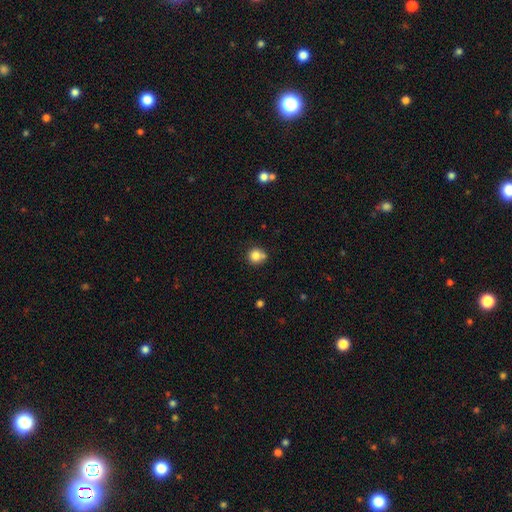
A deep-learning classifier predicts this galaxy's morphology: Smooth or featured?
  - smooth: 81% *
  - star or artifact: 11%
  - featured or disk: 8%
How rounded?
  - round: 89% *
  - in between: 10%
  - cigar-shaped: 1%
Merging?
  - none: 66% *
  - minor disturbance: 16%
  - merger: 14%
  - major disturbance: 4%